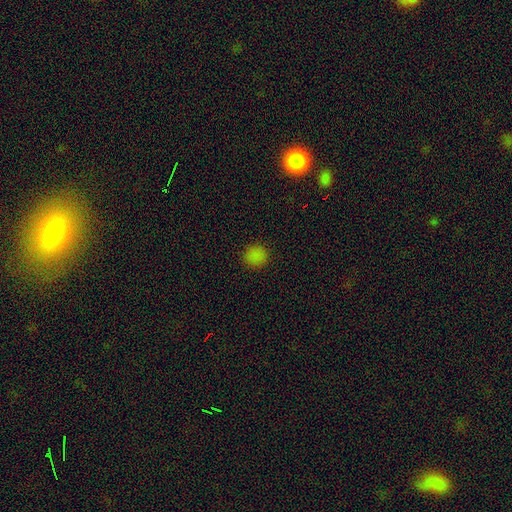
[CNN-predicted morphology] smooth 82%, star or artifact 15%, featured or disk 3%. Down the decision tree: how rounded — round (90%); merging — none (90%).